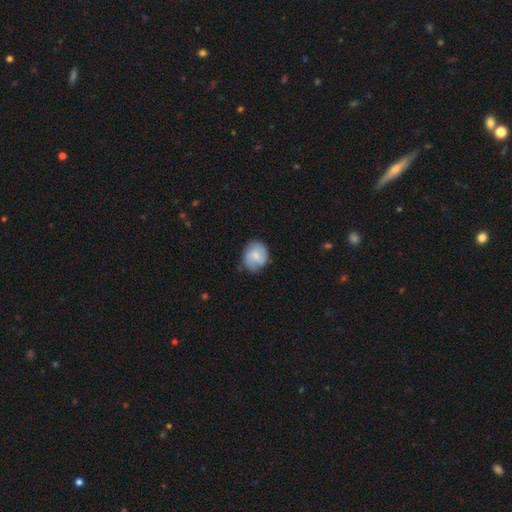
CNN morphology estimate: This appears to be a smooth galaxy with no disk features (61%) that is round (70%). Merging: none (71%).